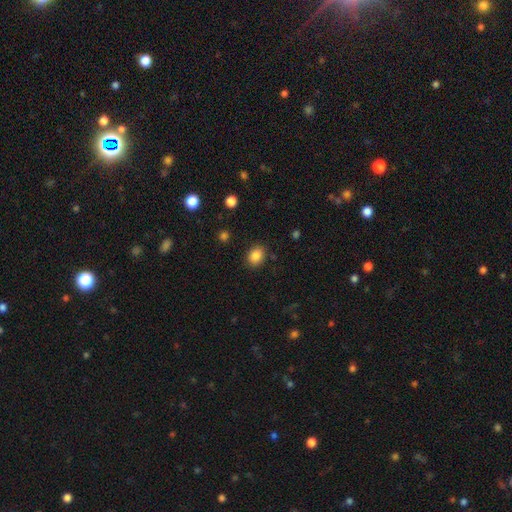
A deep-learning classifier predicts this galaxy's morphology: Q: Smooth or featured?
A: smooth (85%); runner-up: star or artifact (10%)
Q: How rounded?
A: in between (50%); runner-up: round (49%)
Q: Merging?
A: none (87%); runner-up: minor disturbance (9%)